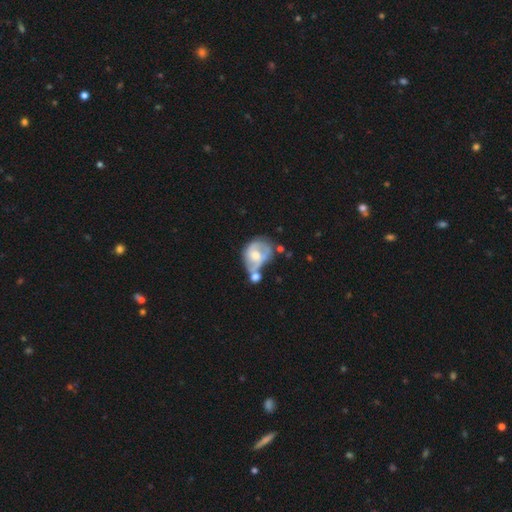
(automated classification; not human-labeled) Smooth or featured?
  - featured or disk: 59% *
  - smooth: 34%
  - star or artifact: 7%
Edge-on disk?
  - no: 97% *
  - yes: 3%
Bar?
  - no: 66% *
  - weak: 28%
  - strong: 7%
Spiral arms?
  - yes: 55% *
  - no: 45%
Bulge size?
  - moderate: 58% *
  - small: 21%
  - large: 13%
  - none: 6%
  - dominant: 2%
Merging?
  - merger: 43% *
  - major disturbance: 20%
  - none: 19%
  - minor disturbance: 18%